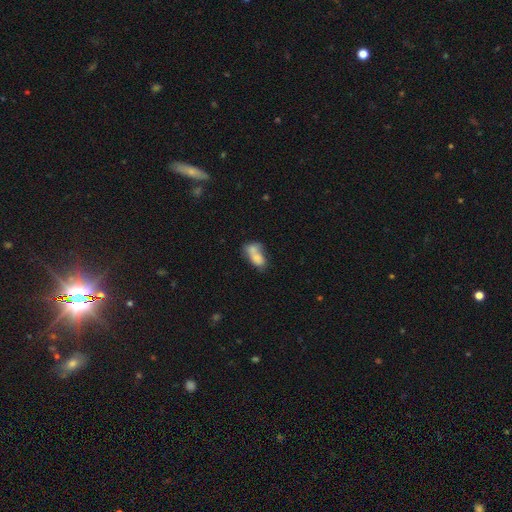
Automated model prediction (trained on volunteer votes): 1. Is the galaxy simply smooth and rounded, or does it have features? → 71% smooth, 20% featured or disk, 9% star or artifact.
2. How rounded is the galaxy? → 84% in between, 11% round, 5% cigar-shaped.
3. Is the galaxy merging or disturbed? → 61% merger, 21% none, 11% minor disturbance, 8% major disturbance.